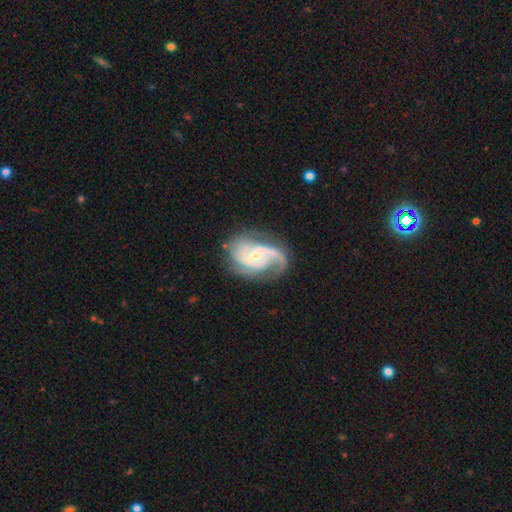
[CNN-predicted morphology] This appears to be a featured or disk galaxy (89%) with a weak bar (47%), 2 (58%) medium (50%) spiral arms (97%) and a small central bulge (65%). Merging: none (56%).